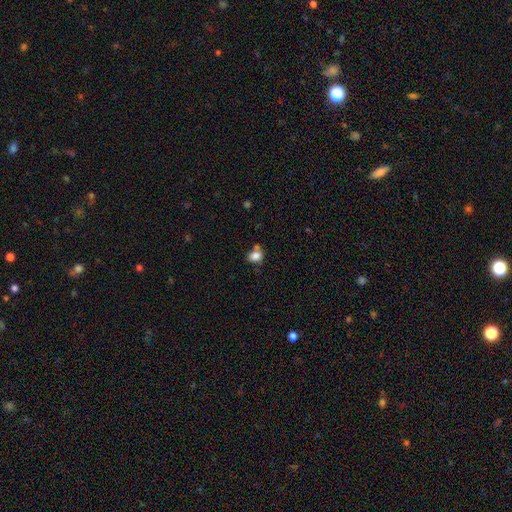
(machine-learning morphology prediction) Smooth or featured?
  - smooth: 82% *
  - star or artifact: 11%
  - featured or disk: 7%
How rounded?
  - round: 54% *
  - in between: 45%
  - cigar-shaped: 1%
Merging?
  - none: 55% *
  - merger: 20%
  - minor disturbance: 19%
  - major disturbance: 6%